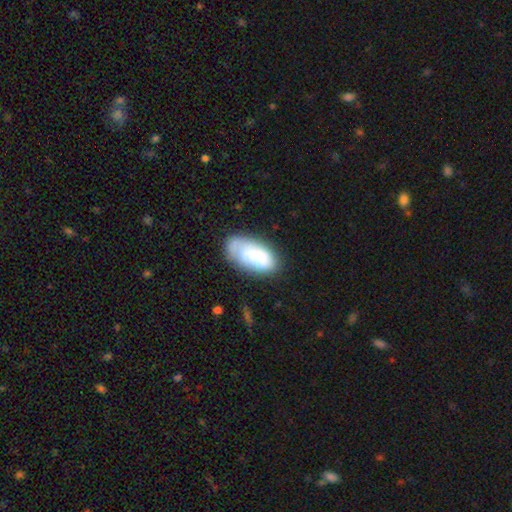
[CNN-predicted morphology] This appears to be a smooth galaxy with no disk features (65%) that is in between round and cigar-shaped (93%). Merging: none (53%).